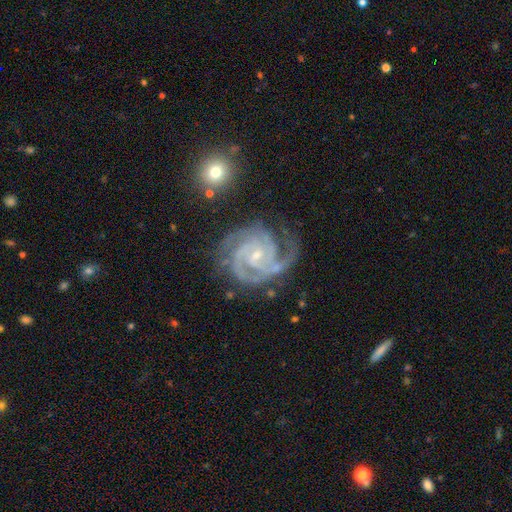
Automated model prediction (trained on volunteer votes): This appears to be a featured or disk galaxy (93%) with no bar (53%), 3 (53%) tight (67%) spiral arms (99%) and a small central bulge (74%). Merging: none (65%).